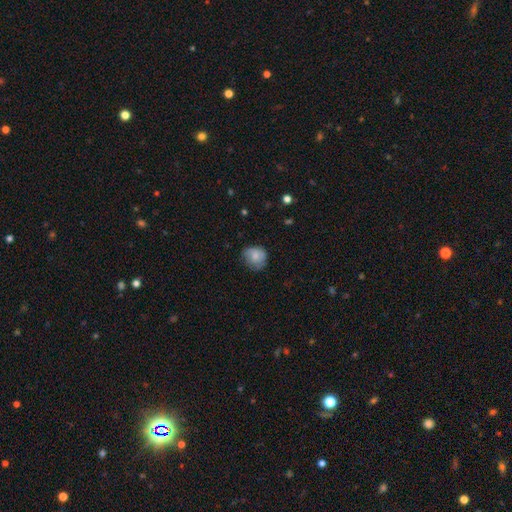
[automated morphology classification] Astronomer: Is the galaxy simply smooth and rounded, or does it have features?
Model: smooth — 70%.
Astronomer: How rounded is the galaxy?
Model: round — 75%.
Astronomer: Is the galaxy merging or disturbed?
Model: none — 59%.